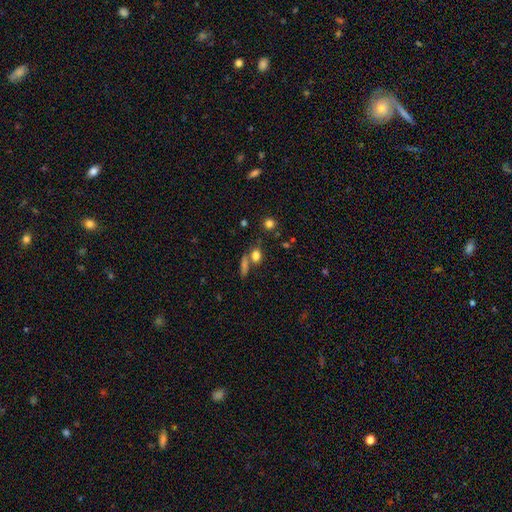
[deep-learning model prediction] smooth-or-featured: smooth: 77% | star or artifact: 13% | featured or disk: 11%
  how-rounded: in between: 53% | round: 37% | cigar-shaped: 10%
  merging: none: 59% | merger: 25% | minor disturbance: 11% | major disturbance: 5%